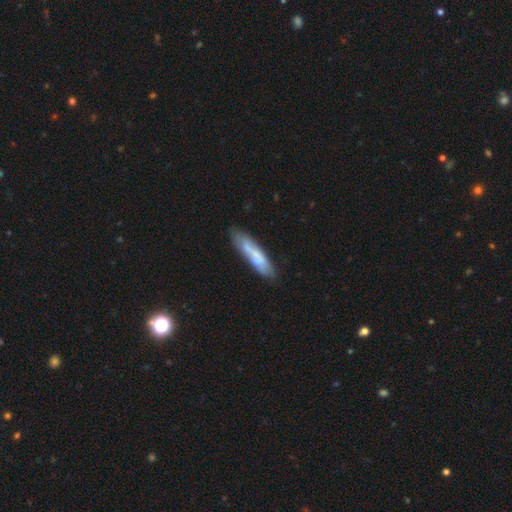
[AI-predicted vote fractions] Smooth or featured?
  - smooth: 59% *
  - featured or disk: 34%
  - star or artifact: 7%
How rounded?
  - cigar-shaped: 75% *
  - in between: 23%
  - round: 2%
Merging?
  - none: 63% *
  - minor disturbance: 22%
  - merger: 9%
  - major disturbance: 6%